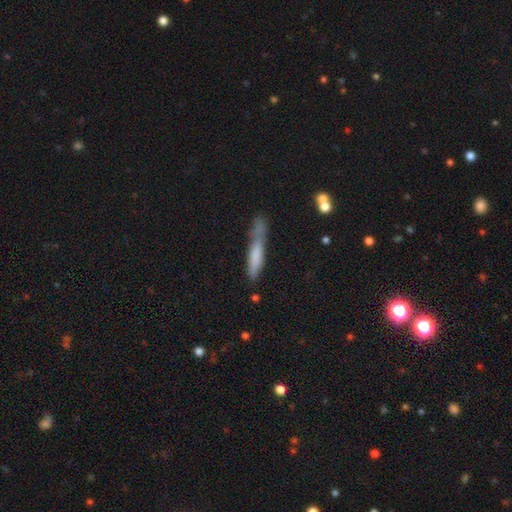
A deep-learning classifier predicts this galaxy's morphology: smooth_or_featured: smooth (p=0.70) [alt: featured or disk p=0.24]
how_rounded: cigar-shaped (p=0.90) [alt: in between p=0.08]
merging: none (p=0.53) [alt: minor disturbance p=0.28]